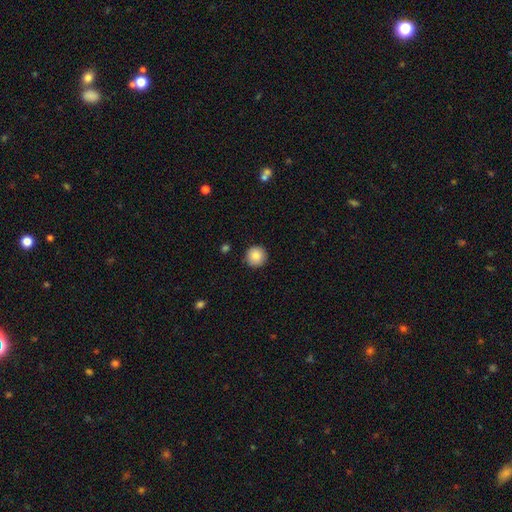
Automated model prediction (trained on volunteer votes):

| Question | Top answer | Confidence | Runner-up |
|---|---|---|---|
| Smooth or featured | smooth | 86% | star or artifact (8%) |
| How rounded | round | 95% | in between (4%) |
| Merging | none | 90% | minor disturbance (7%) |